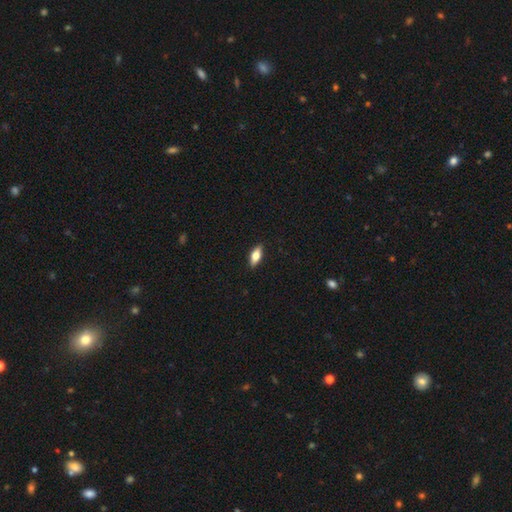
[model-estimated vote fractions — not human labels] Overall: smooth (65%; featured or disk 28%). How rounded: in between (78%). Merging: none (88%).